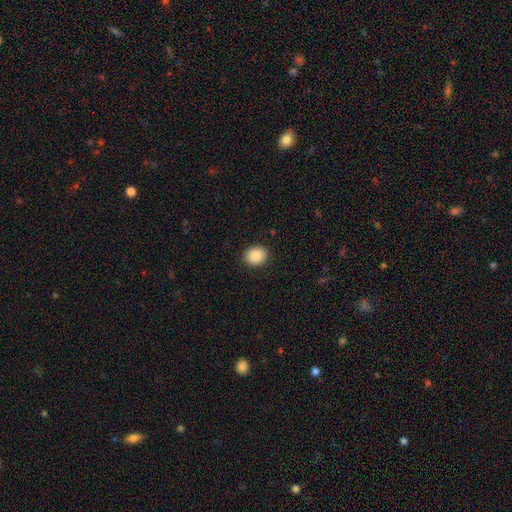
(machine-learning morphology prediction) This appears to be a smooth galaxy with no disk features (89%) that is round (61%). Merging: none (90%).